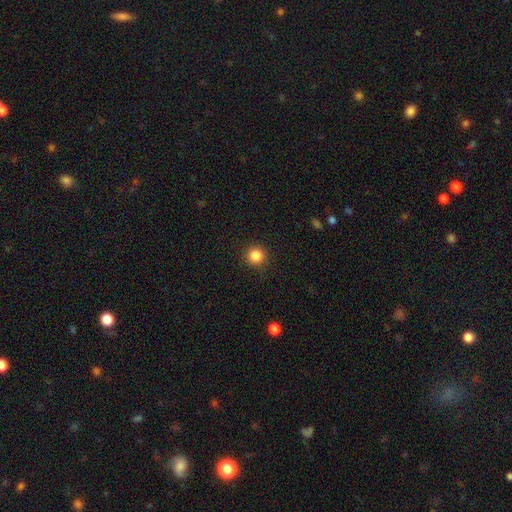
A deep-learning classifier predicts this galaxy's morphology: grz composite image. It shows a smooth galaxy with no disk features (86%) that is round (95%). Merging: none (91%).